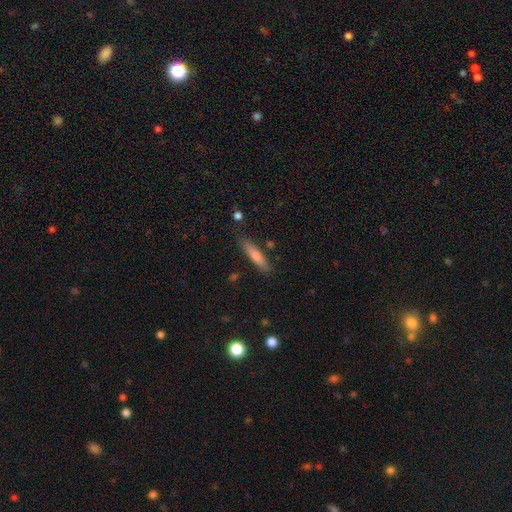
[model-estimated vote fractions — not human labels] Overall: smooth (78%). How rounded: cigar-shaped (81%). Merging: none (81%).